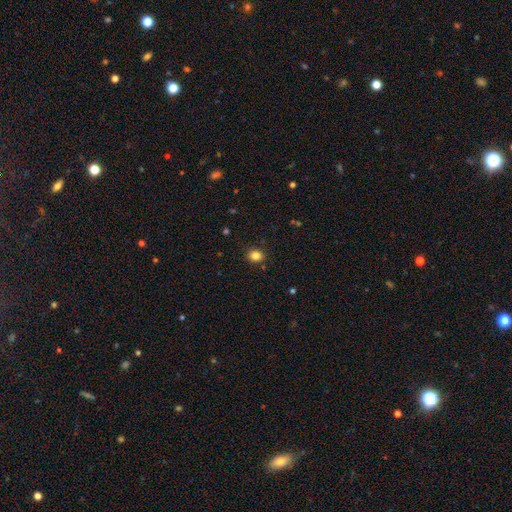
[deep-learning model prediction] A smooth galaxy with no disk features (83%) that is round (69%). Merging: none (89%).